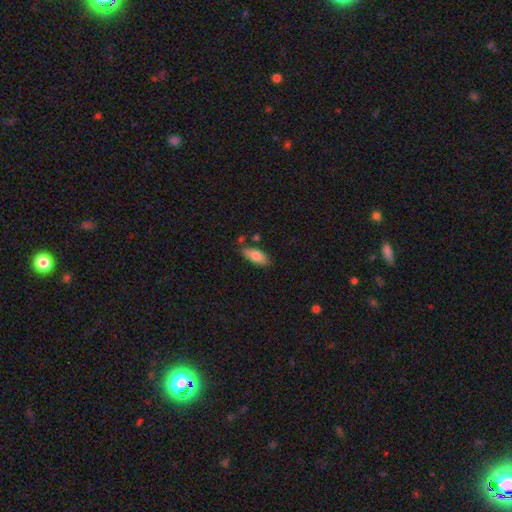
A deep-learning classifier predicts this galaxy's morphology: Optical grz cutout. It shows a smooth galaxy with no disk features (77%) that is in between round and cigar-shaped (79%). Merging: none (76%).